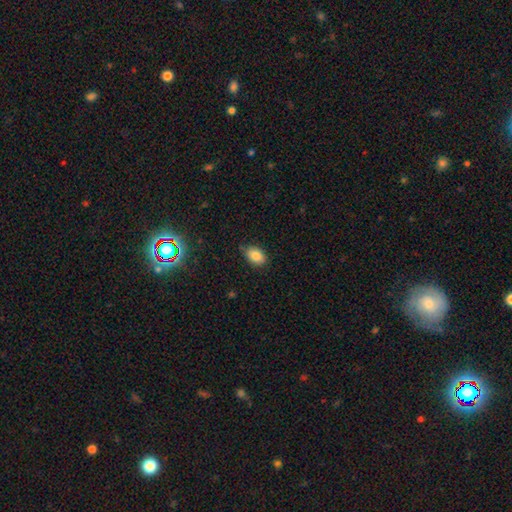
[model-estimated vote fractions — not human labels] This appears to be a smooth galaxy with no disk features (85%) that is in between round and cigar-shaped (86%). Merging: none (76%).